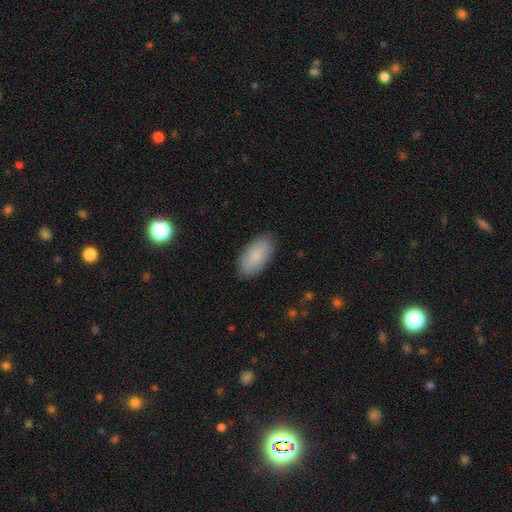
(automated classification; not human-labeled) A smooth galaxy with no disk features (85%) that is in between round and cigar-shaped (94%). Merging: none (87%).